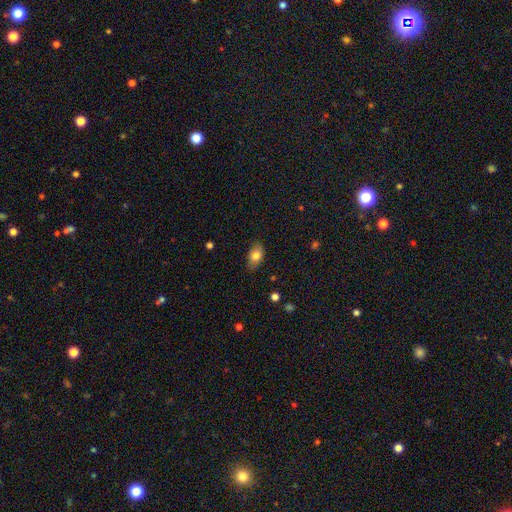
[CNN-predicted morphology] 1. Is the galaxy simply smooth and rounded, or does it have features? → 80% smooth, 12% featured or disk, 8% star or artifact.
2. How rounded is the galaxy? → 89% in between, 9% round, 2% cigar-shaped.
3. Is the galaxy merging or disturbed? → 80% none, 16% minor disturbance, 3% major disturbance, 1% merger.